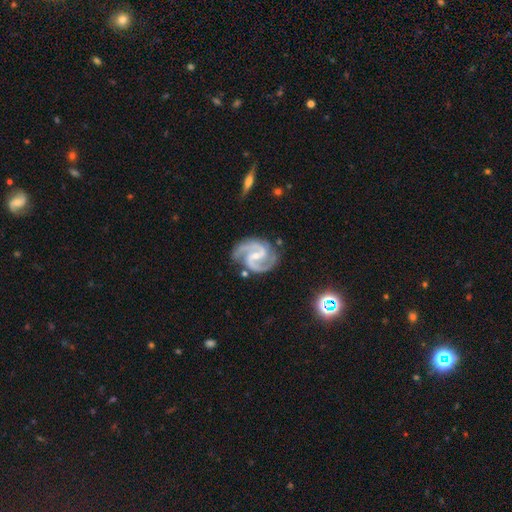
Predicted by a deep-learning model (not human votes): This is clearly a featured or disk galaxy (94%). It is clearly not viewed edge-on (98%). Bar: possibly weak (48%). Spiral arm pattern: clearly yes (99%). Spiral arm count: clearly 2 (89%). Spiral winding: likely medium (65%). Central bulge: likely small (69%). Merging: likely none (75%).